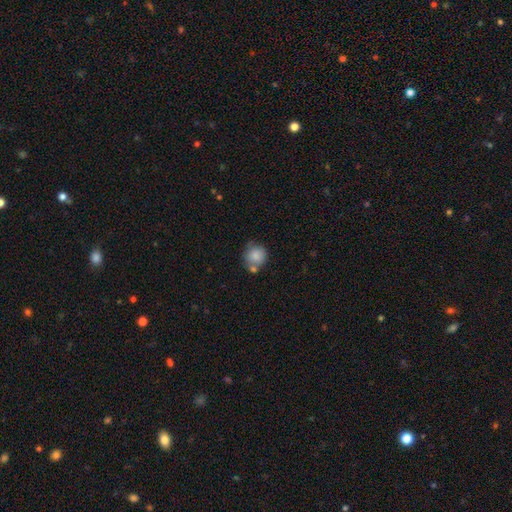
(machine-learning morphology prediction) smooth_or_featured: smooth (p=0.83) [alt: featured or disk p=0.10]
how_rounded: round (p=0.87) [alt: in between p=0.12]
merging: none (p=0.54) [alt: merger p=0.22]